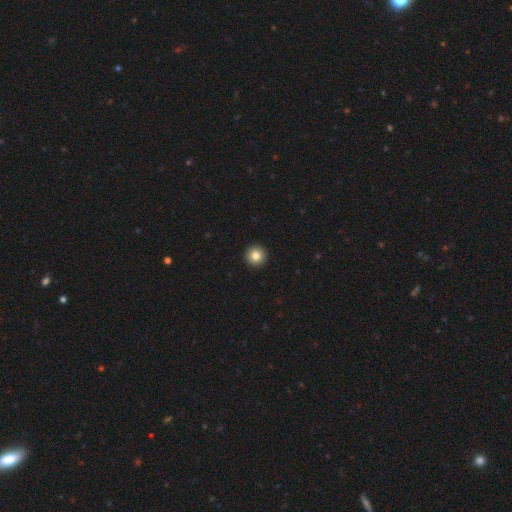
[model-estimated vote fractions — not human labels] Smooth or featured: smooth — 83% (star or artifact — 10%)
How rounded: round — 96% (in between — 3%)
Merging: none — 94% (minor disturbance — 3%)